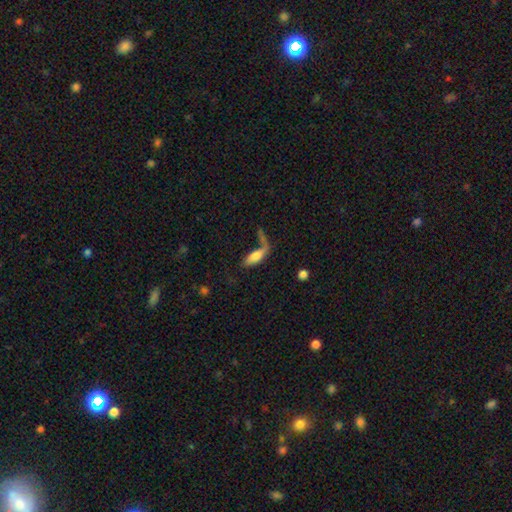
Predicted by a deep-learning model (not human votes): Smooth or featured?
  - smooth: 68% *
  - featured or disk: 24%
  - star or artifact: 8%
How rounded?
  - in between: 62% *
  - cigar-shaped: 35%
  - round: 3%
Merging?
  - none: 36% *
  - merger: 26%
  - major disturbance: 21%
  - minor disturbance: 17%